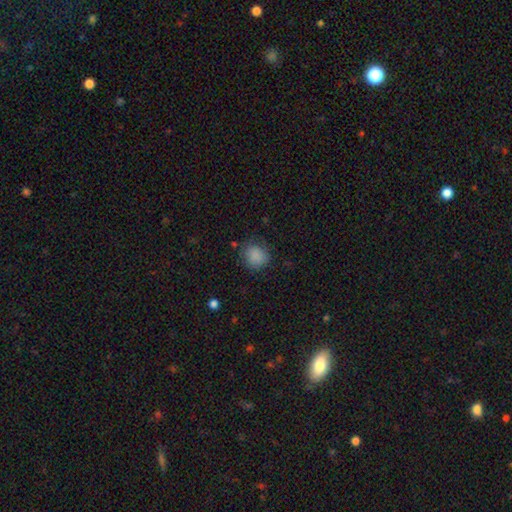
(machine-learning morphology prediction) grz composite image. It shows a smooth galaxy with no disk features (86%) that is round (82%). Merging: none (79%).